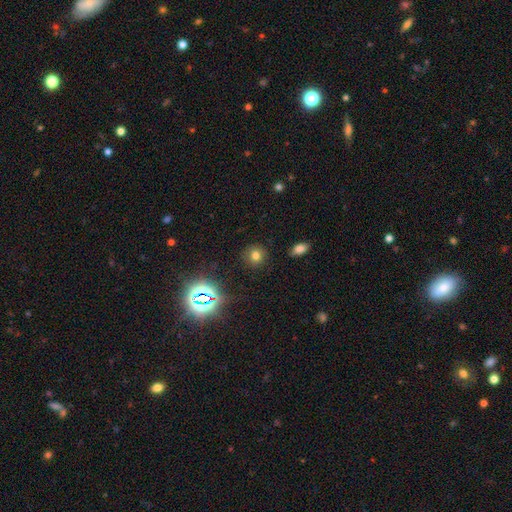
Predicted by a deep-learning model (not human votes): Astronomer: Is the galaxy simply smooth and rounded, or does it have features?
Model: smooth — 70%.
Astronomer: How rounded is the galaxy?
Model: round — 89%.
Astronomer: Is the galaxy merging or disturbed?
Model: none — 88%.